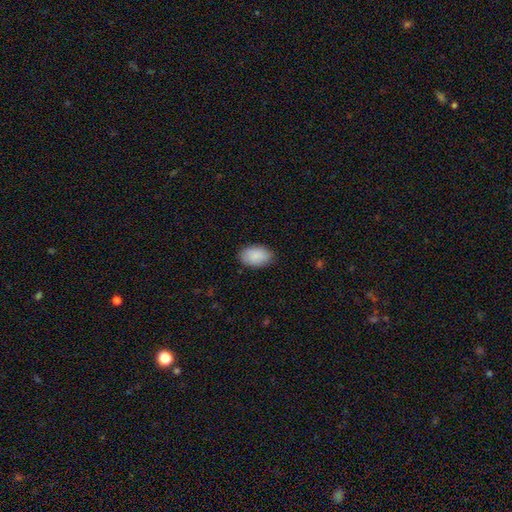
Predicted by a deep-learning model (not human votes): This is clearly a smooth galaxy (90%). How rounded: clearly in between (93%). Merging: clearly none (85%).